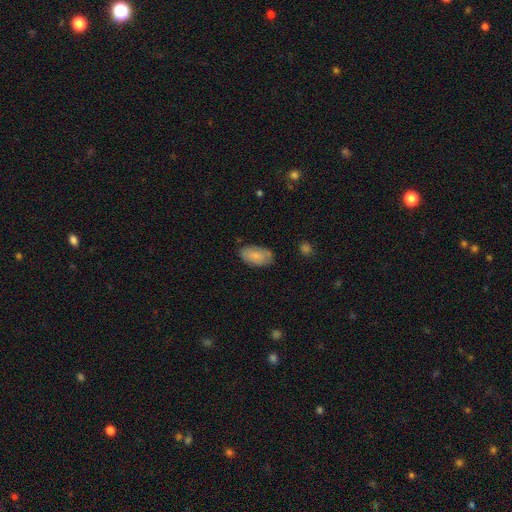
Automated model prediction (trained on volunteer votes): Q: Smooth or featured?
A: smooth (81%); runner-up: featured or disk (13%)
Q: How rounded?
A: in between (94%); runner-up: round (4%)
Q: Merging?
A: none (75%); runner-up: minor disturbance (19%)